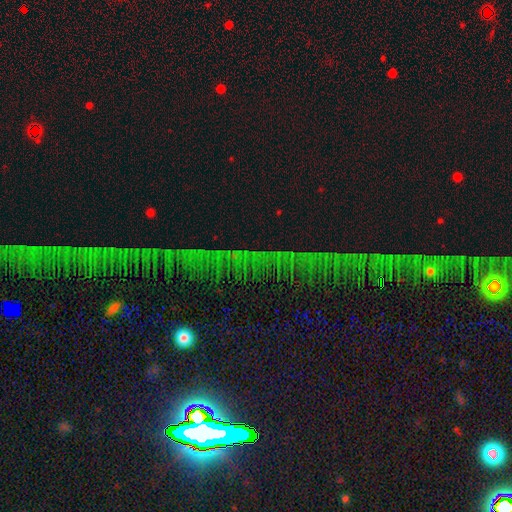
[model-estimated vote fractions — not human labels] A star or artifact, not a galaxy (76%).

Vote fractions:
- Smooth or featured? star or artifact: 76% / featured or disk: 13% / smooth: 12%